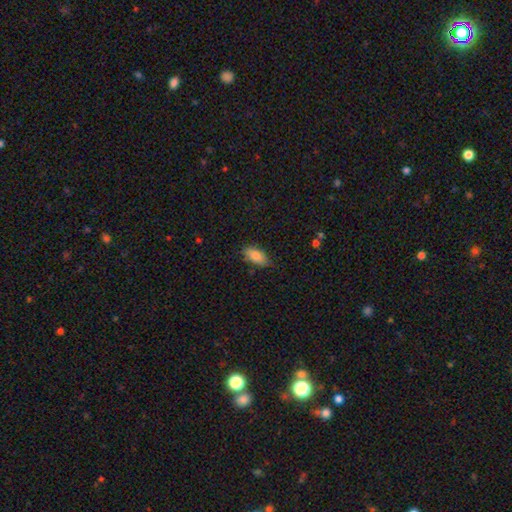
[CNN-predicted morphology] Smooth or featured? Predicted: smooth (p=0.83). How rounded? Predicted: in between (p=0.90). Merging? Predicted: none (p=0.73).